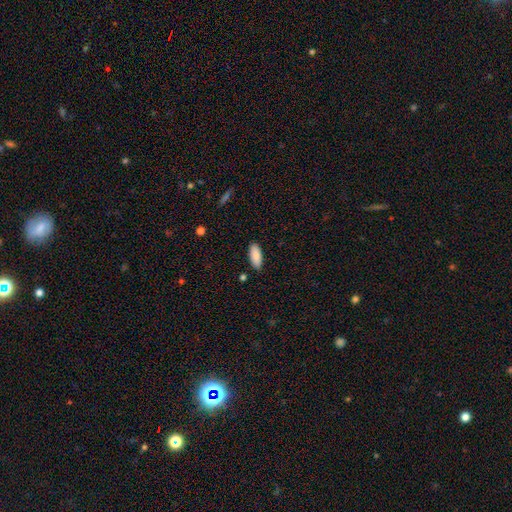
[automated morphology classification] smooth-or-featured: smooth: 88% | star or artifact: 6% | featured or disk: 6%
  how-rounded: in between: 80% | cigar-shaped: 18% | round: 2%
  merging: none: 87% | minor disturbance: 9% | major disturbance: 2% | merger: 1%